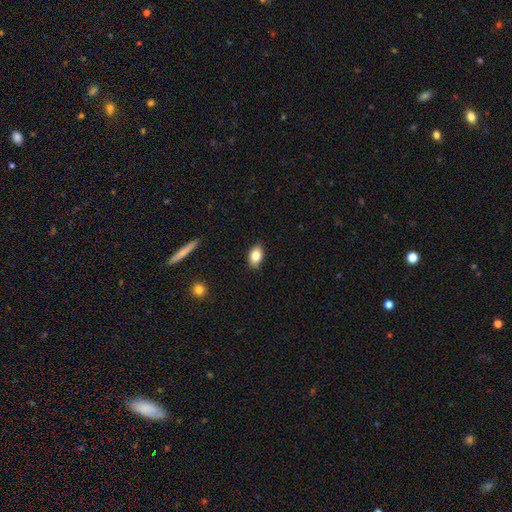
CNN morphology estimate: This is clearly a smooth galaxy (83%). How rounded: clearly in between (87%). Merging: clearly none (87%).